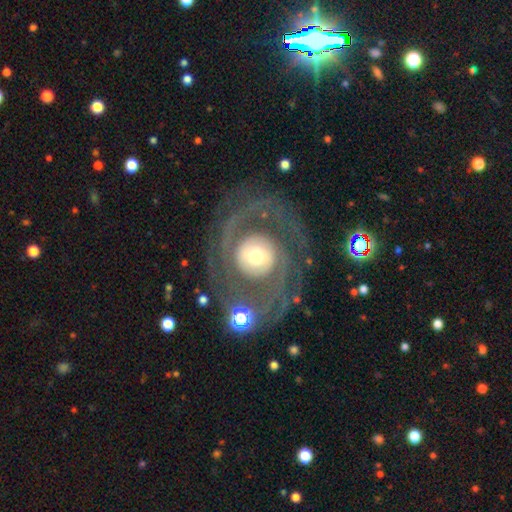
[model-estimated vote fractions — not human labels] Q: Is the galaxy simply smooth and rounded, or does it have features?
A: featured or disk — 81%.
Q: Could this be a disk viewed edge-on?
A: no — 97%.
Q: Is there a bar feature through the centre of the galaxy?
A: no — 67%.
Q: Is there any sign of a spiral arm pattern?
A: yes — 85%.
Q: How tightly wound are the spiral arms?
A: tight — 54%.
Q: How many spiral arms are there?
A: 2 — 48%.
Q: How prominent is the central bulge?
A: moderate — 45%.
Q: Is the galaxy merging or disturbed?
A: none — 70%.